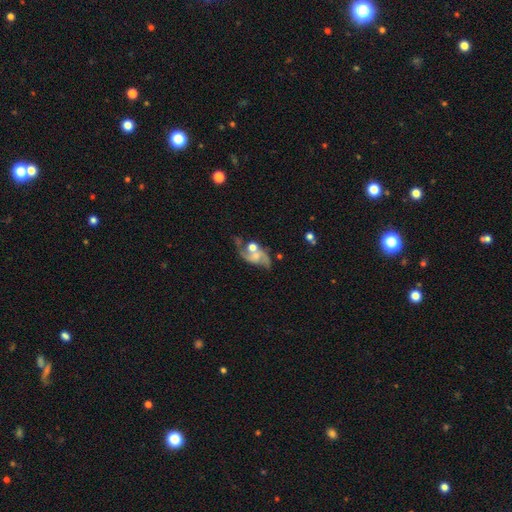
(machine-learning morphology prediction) Smooth or featured? featured or disk (78%)
Edge-on disk? no (97%)
Bar? no (61%)
Spiral arms? yes (90%)
Spiral winding? loose (59%)
Spiral arm count? 2 (85%)
Bulge size? moderate (41%)
Merging? none (39%)